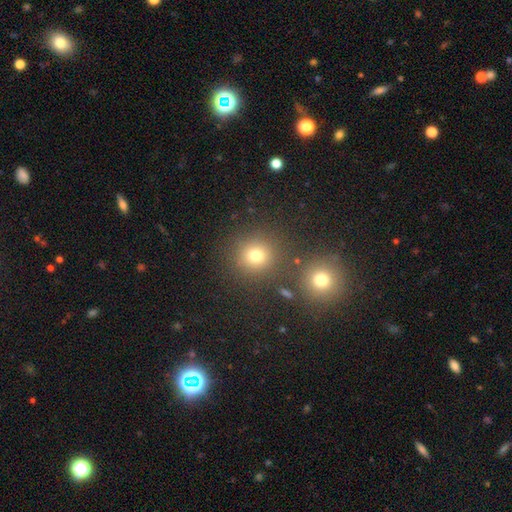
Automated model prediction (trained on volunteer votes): This appears to be a smooth galaxy with no disk features (74%) that is round (90%). Merging: none (80%).